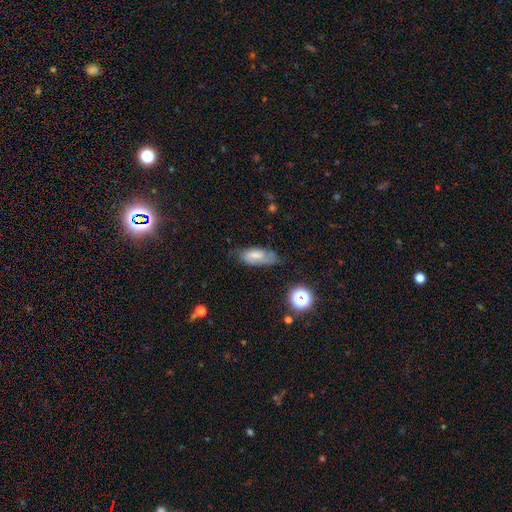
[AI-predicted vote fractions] Overall: smooth (58%; featured or disk 32%). How rounded: in between (85%). Merging: none (55%; minor disturbance 33%).